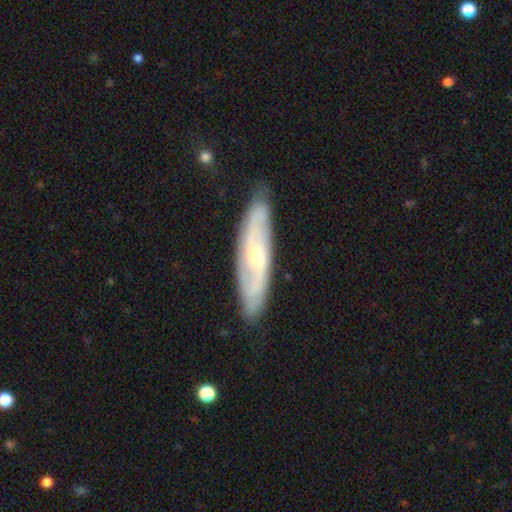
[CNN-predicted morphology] This is likely a featured or disk galaxy (71%). It is likely not viewed edge-on (72%). Bar: possibly no (56%). Spiral arm pattern: clearly yes (89%). Central bulge: possibly small (51%). Merging: clearly none (83%).